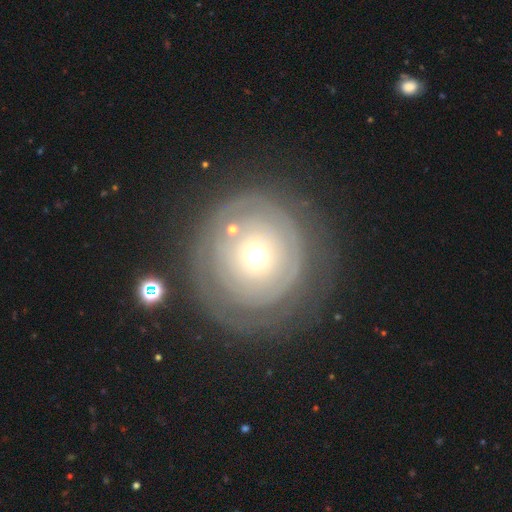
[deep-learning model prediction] Smooth or featured: featured or disk — 63% (smooth — 30%)
Edge-on disk: no — 96% (yes — 4%)
Bar: no — 89% (weak — 8%)
Spiral arms: yes — 52% (no — 48%)
Bulge size: moderate — 50% (small — 40%)
Merging: none — 72% (minor disturbance — 15%)